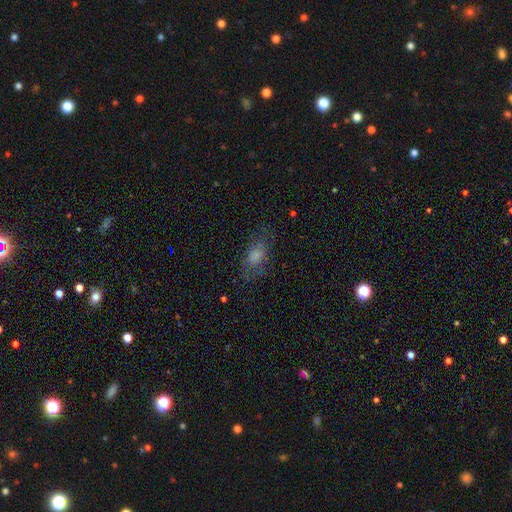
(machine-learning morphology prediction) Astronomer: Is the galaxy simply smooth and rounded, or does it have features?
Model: smooth — 68%.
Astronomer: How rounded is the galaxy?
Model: in between — 84%.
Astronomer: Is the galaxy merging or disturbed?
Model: none — 64%.